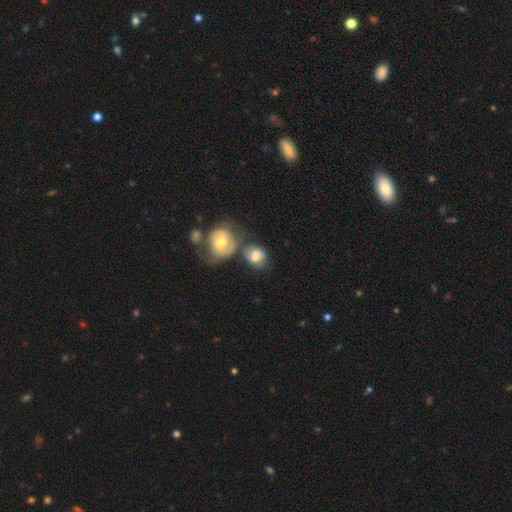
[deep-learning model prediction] smooth 66%, featured or disk 27%, star or artifact 7%. Down the decision tree: how rounded — round (56%); merging — none (34%).